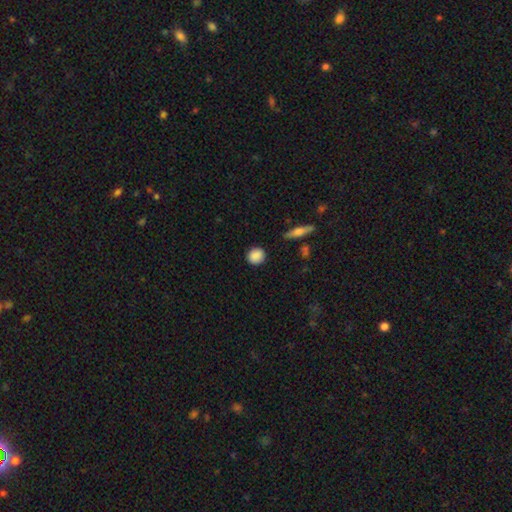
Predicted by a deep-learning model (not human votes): This is clearly a smooth galaxy (88%). How rounded: clearly round (86%). Merging: clearly none (89%).